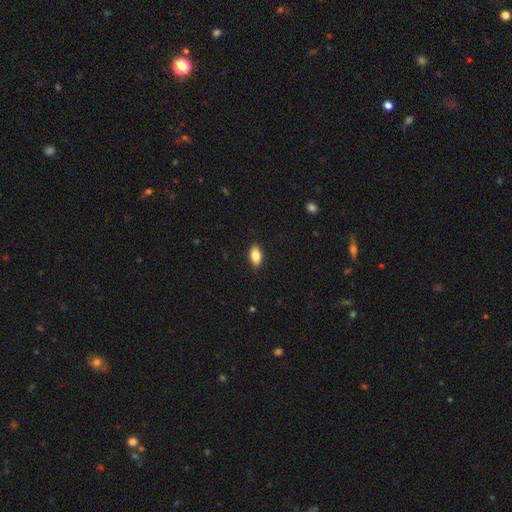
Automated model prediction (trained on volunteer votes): A smooth galaxy with no disk features (82%) that is in between round and cigar-shaped (90%). Merging: none (88%).